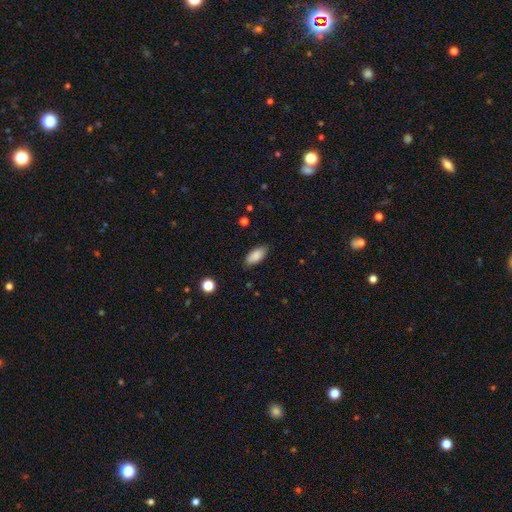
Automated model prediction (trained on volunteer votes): Smooth or featured?
  - smooth: 88% *
  - star or artifact: 7%
  - featured or disk: 6%
How rounded?
  - in between: 89% *
  - cigar-shaped: 9%
  - round: 2%
Merging?
  - none: 84% *
  - minor disturbance: 12%
  - major disturbance: 2%
  - merger: 1%